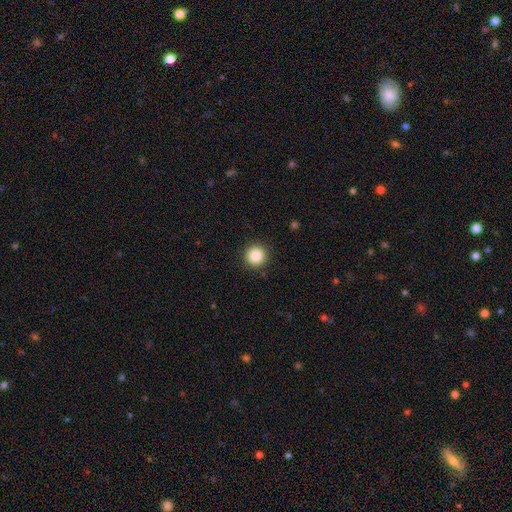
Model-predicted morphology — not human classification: smooth-or-featured: smooth: 85% | star or artifact: 10% | featured or disk: 5%
  how-rounded: round: 95% | in between: 4% | cigar-shaped: 1%
  merging: none: 92% | minor disturbance: 5% | major disturbance: 2% | merger: 1%